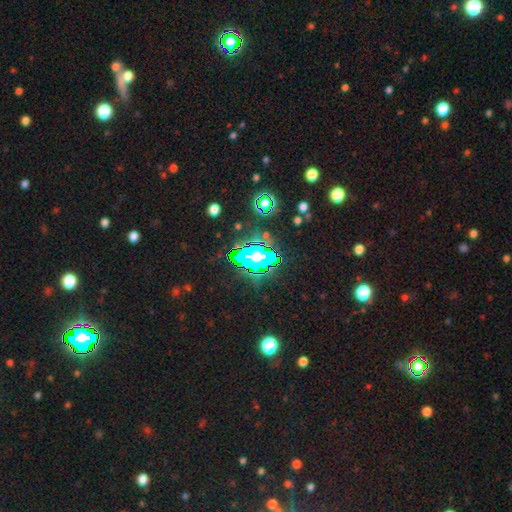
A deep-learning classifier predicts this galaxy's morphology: Smooth or featured? star or artifact (61%)